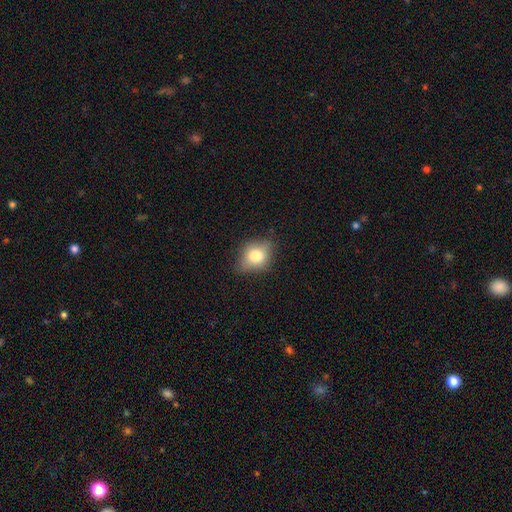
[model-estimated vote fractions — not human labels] Overall: smooth (72%). How rounded: in between (56%; round 42%). Merging: none (70%).